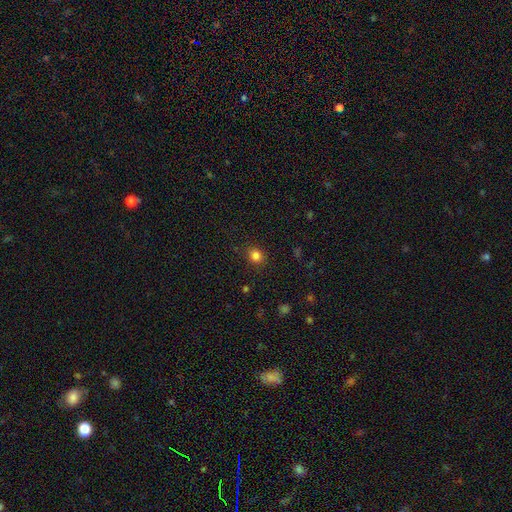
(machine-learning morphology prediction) Smooth or featured?
  - smooth: 83% *
  - star or artifact: 13%
  - featured or disk: 4%
How rounded?
  - round: 76% *
  - in between: 23%
  - cigar-shaped: 1%
Merging?
  - none: 87% *
  - minor disturbance: 9%
  - major disturbance: 3%
  - merger: 1%